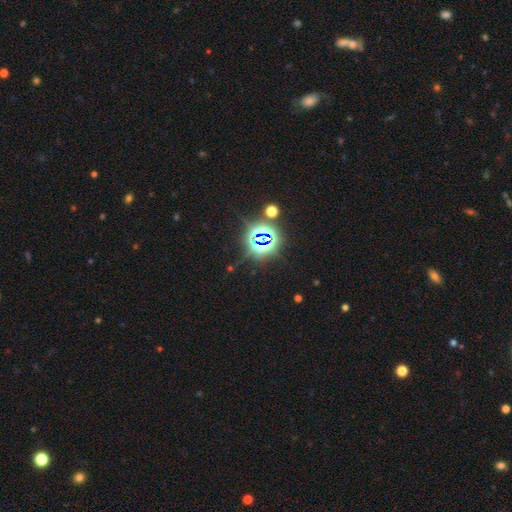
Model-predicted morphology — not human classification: Smooth or featured? star or artifact (83%)